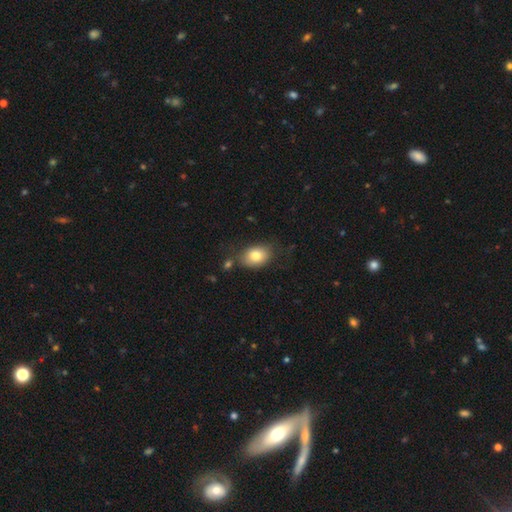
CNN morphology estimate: A smooth galaxy with no disk features (79%) that is in between round and cigar-shaped (76%).

Vote fractions:
- Smooth or featured? smooth: 79% / featured or disk: 12% / star or artifact: 9%
- How rounded? in between: 76% / round: 23% / cigar-shaped: 1%
- Merging? none: 73% / minor disturbance: 17% / merger: 5% / major disturbance: 5%